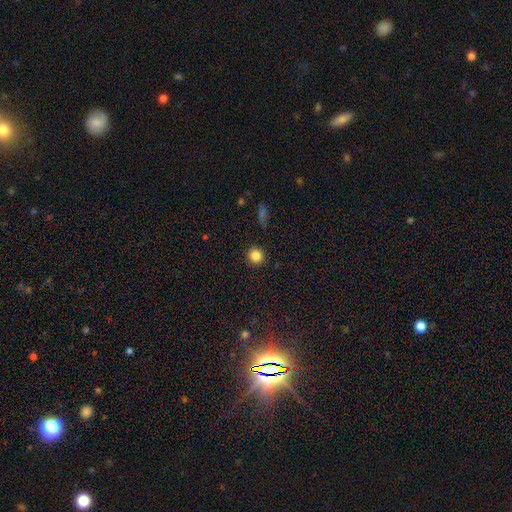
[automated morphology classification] The model was most divided on "smooth or featured": smooth: 84%, star or artifact: 11%, featured or disk: 5%. More confident: merging — none (92%); how rounded — round (90%).